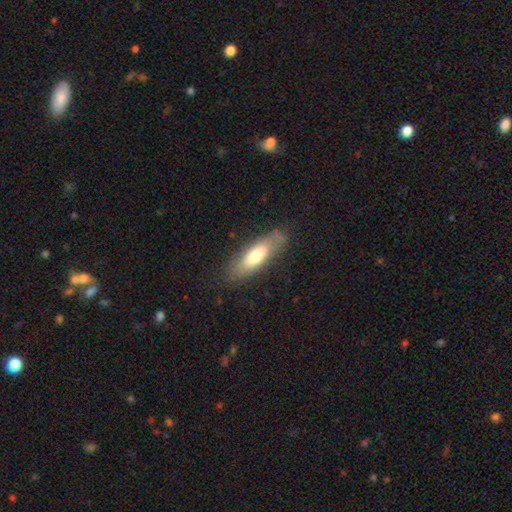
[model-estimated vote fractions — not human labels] This is likely a smooth galaxy (67%). How rounded: possibly in between (53%). Merging: clearly none (80%).